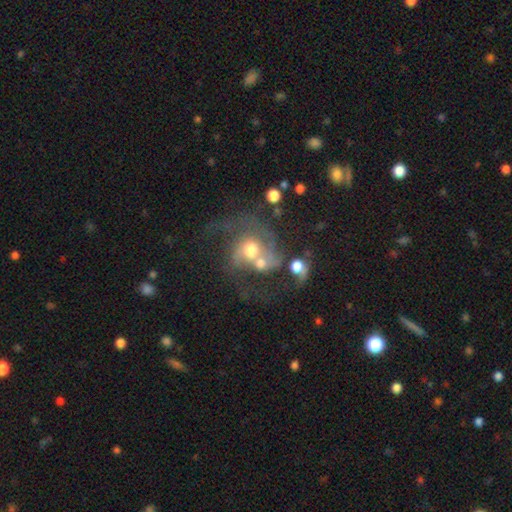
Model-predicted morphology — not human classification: A featured or disk galaxy (70%) with no bar (73%), 2 (50%) medium (44%) spiral arms (81%) and a moderate central bulge (63%). Merging: merger (48%).